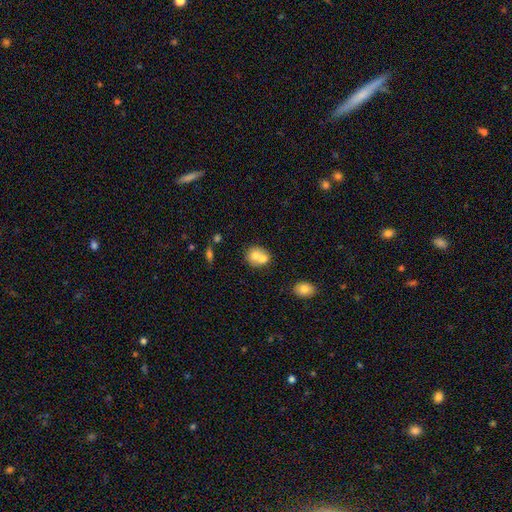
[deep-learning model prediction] Smooth or featured?
  - smooth: 67% *
  - featured or disk: 24%
  - star or artifact: 9%
How rounded?
  - round: 71% *
  - in between: 28%
  - cigar-shaped: 1%
Merging?
  - merger: 59% *
  - none: 32%
  - minor disturbance: 7%
  - major disturbance: 3%